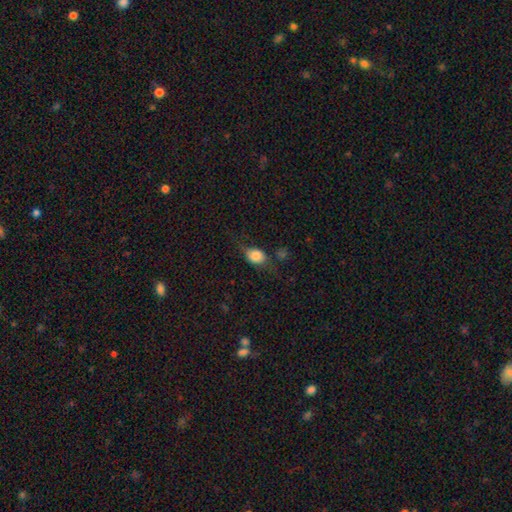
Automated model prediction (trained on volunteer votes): Morphology: type=smooth (72%); roundness=in between (58%); merging=none (51%).